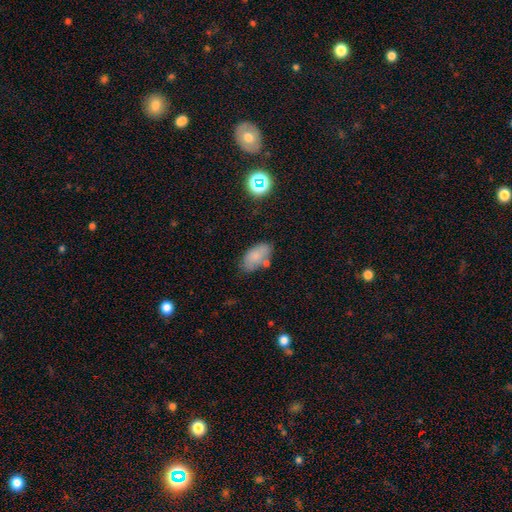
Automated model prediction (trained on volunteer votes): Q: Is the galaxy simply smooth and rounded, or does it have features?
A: smooth — 78%.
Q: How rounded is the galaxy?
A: in between — 92%.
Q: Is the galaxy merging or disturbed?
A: none — 63%.